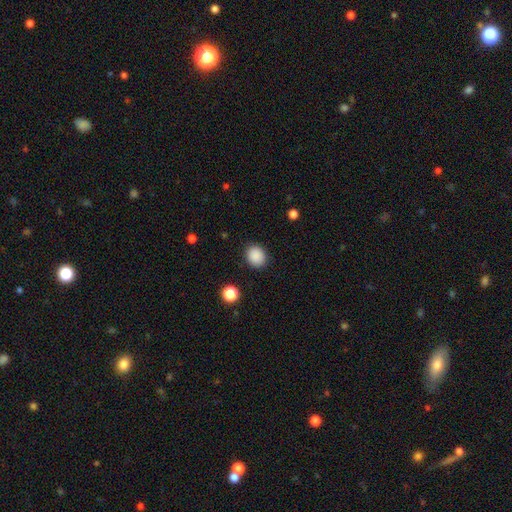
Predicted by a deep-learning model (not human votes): Smooth or featured?
  - smooth: 88% *
  - star or artifact: 9%
  - featured or disk: 3%
How rounded?
  - round: 67% *
  - in between: 32%
  - cigar-shaped: 1%
Merging?
  - none: 89% *
  - minor disturbance: 8%
  - major disturbance: 3%
  - merger: 1%